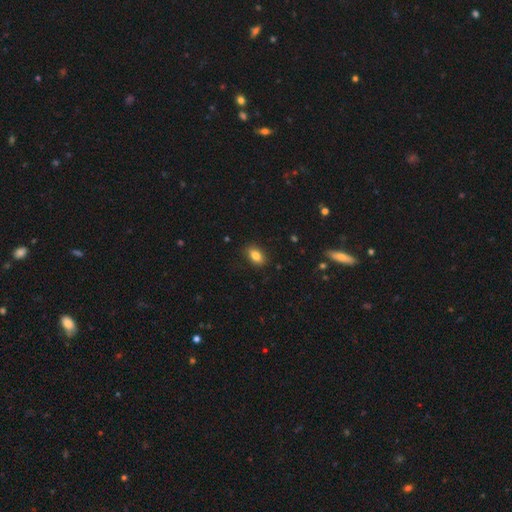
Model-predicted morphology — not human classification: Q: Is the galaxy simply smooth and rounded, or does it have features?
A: smooth — 82%.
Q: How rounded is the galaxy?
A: in between — 86%.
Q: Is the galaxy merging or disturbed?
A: none — 87%.